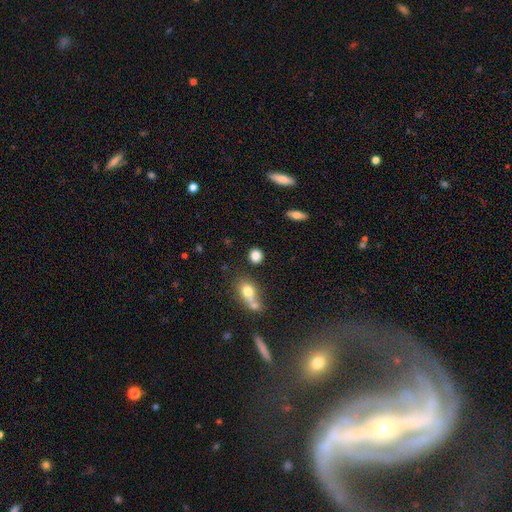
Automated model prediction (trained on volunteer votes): Smooth or featured? smooth (83%)
How rounded? round (82%)
Merging? none (79%)